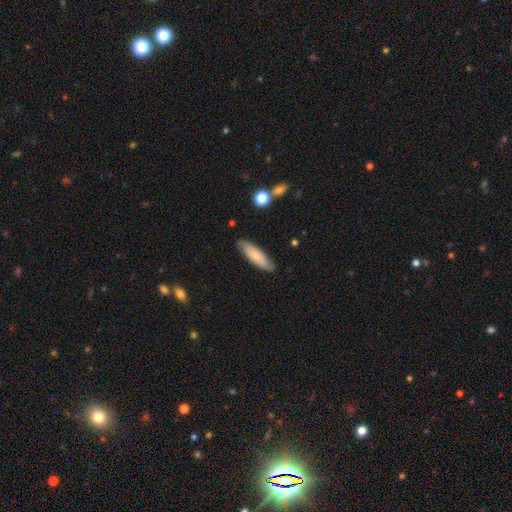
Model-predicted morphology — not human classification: smooth-or-featured: smooth: 78% | featured or disk: 16% | star or artifact: 6%
  how-rounded: cigar-shaped: 63% | in between: 36% | round: 1%
  merging: none: 84% | minor disturbance: 13% | major disturbance: 2% | merger: 1%